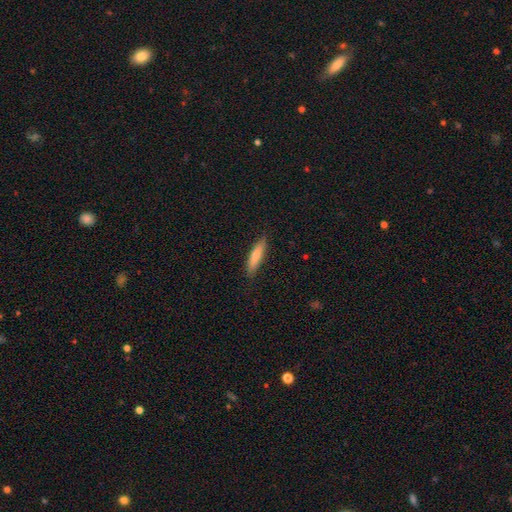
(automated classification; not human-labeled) smooth 76%, featured or disk 18%, star or artifact 6%. Down the decision tree: how rounded — cigar-shaped (78%); merging — none (87%).